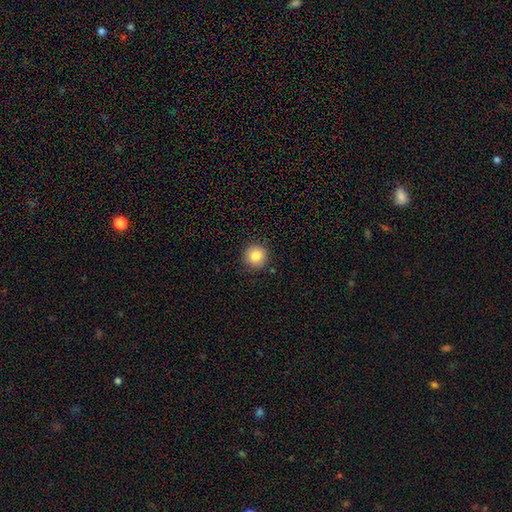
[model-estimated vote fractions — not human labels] Smooth or featured? smooth (85%)
How rounded? round (94%)
Merging? none (91%)